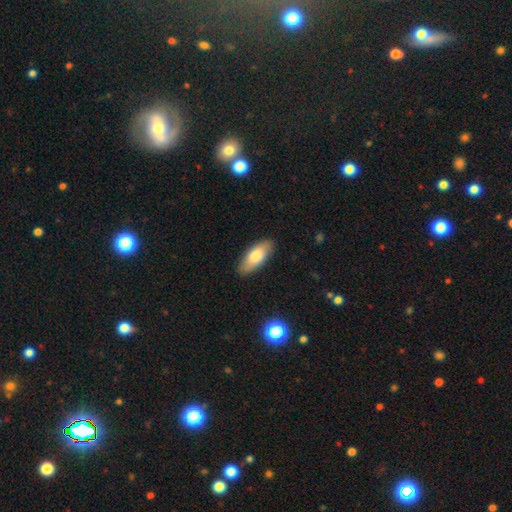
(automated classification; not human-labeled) This is likely a smooth galaxy (78%). How rounded: clearly in between (82%). Merging: clearly none (87%).